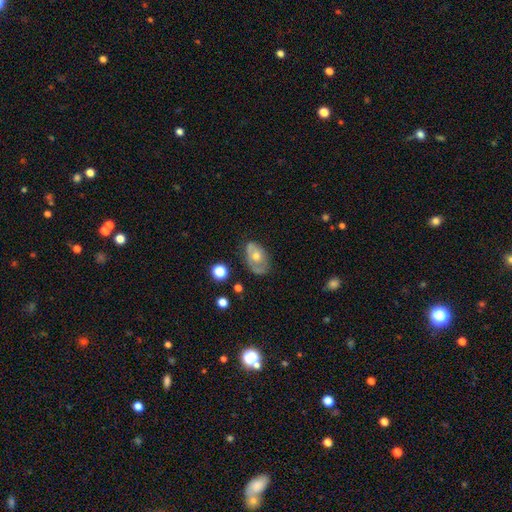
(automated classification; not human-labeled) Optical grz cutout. It shows a featured or disk galaxy (53%). Merging: none (63%).